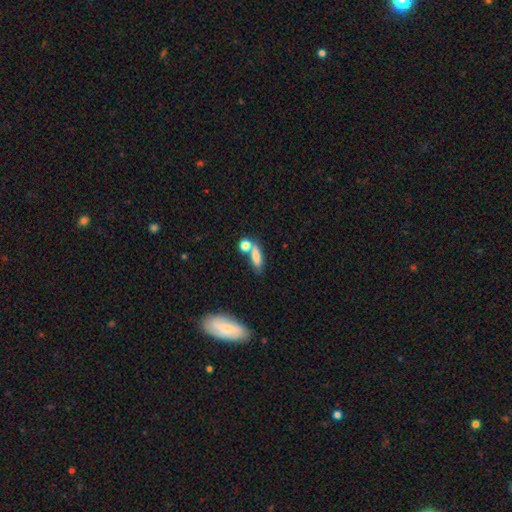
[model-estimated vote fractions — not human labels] smooth 77%, featured or disk 13%, star or artifact 10%. Down the decision tree: how rounded — in between (51%); merging — none (50%).